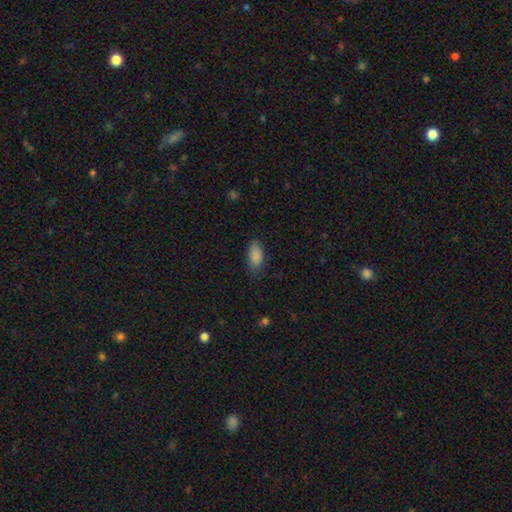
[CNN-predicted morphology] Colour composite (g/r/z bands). It shows a smooth galaxy with no disk features (87%) that is in between round and cigar-shaped (90%). Merging: none (75%).